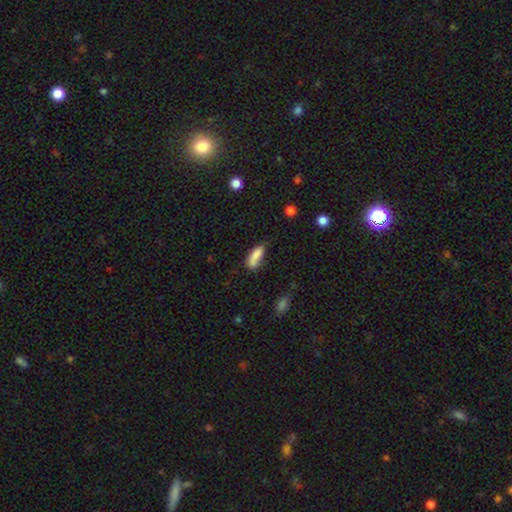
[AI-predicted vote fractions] smooth-or-featured: smooth: 81% | featured or disk: 11% | star or artifact: 8%
  how-rounded: in between: 71% | cigar-shaped: 27% | round: 3%
  merging: none: 40% | minor disturbance: 32% | merger: 14% | major disturbance: 13%